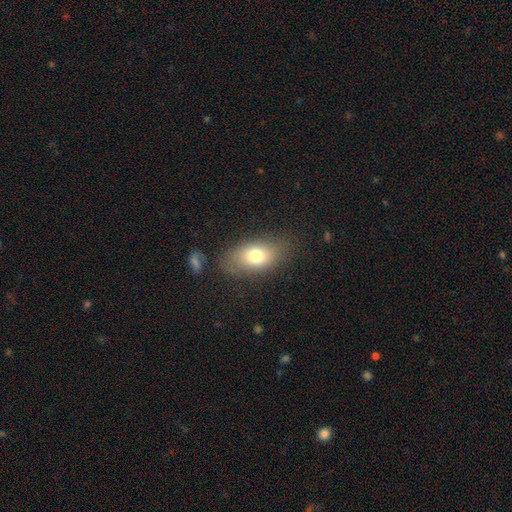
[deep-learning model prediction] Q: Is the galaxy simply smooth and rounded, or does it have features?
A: smooth — 75%.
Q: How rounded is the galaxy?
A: in between — 85%.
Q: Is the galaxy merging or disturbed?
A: none — 74%.